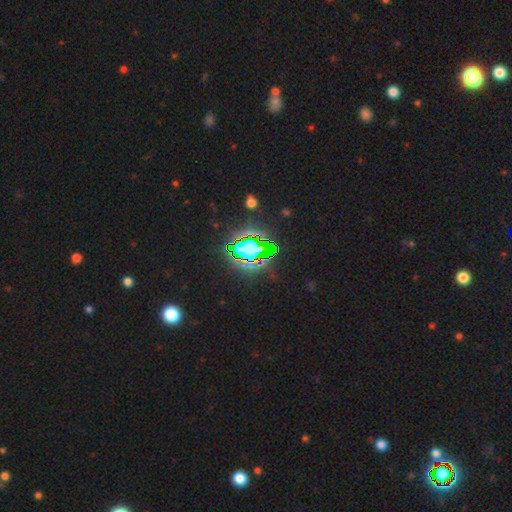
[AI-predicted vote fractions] A star or artifact, not a galaxy (74%).